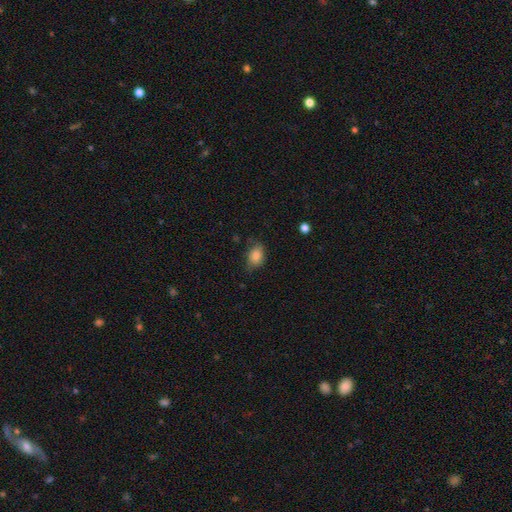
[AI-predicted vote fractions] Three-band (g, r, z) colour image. It shows a smooth galaxy with no disk features (83%) that is in between round and cigar-shaped (70%). Merging: none (68%).